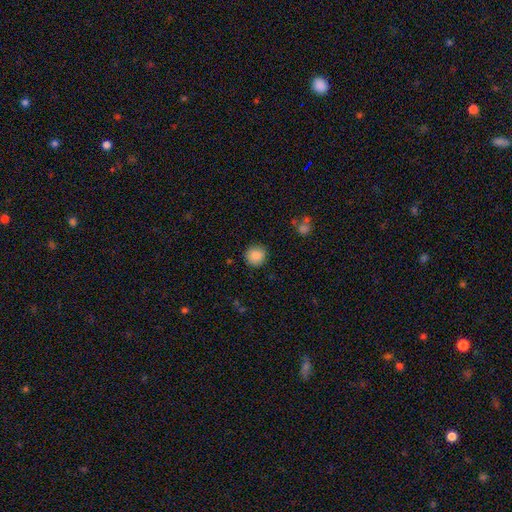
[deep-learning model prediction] smooth_or_featured: smooth (p=0.87) [alt: star or artifact p=0.09]
how_rounded: round (p=0.91) [alt: in between p=0.08]
merging: none (p=0.90) [alt: minor disturbance p=0.07]